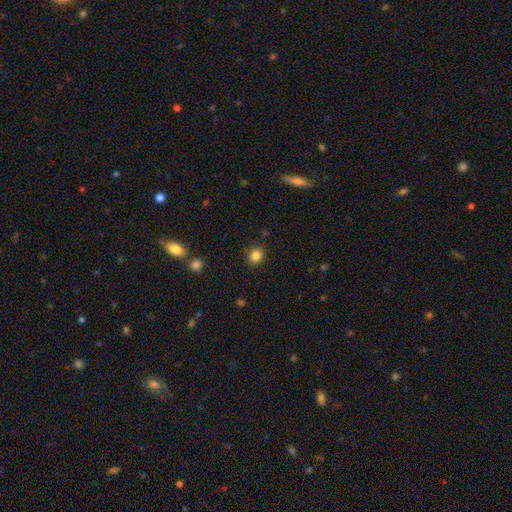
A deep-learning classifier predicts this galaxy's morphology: smooth-or-featured: smooth: 84% | star or artifact: 11% | featured or disk: 5%
  how-rounded: round: 81% | in between: 18% | cigar-shaped: 1%
  merging: none: 88% | minor disturbance: 8% | major disturbance: 2% | merger: 2%